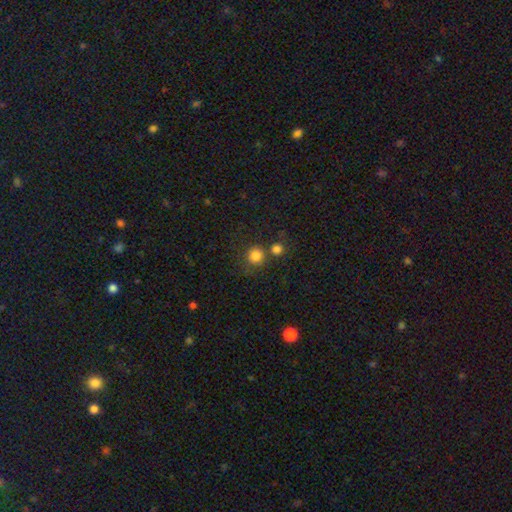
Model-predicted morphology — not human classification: smooth_or_featured: smooth (p=0.82) [alt: star or artifact p=0.13]
how_rounded: round (p=0.93) [alt: in between p=0.06]
merging: none (p=0.71) [alt: merger p=0.18]